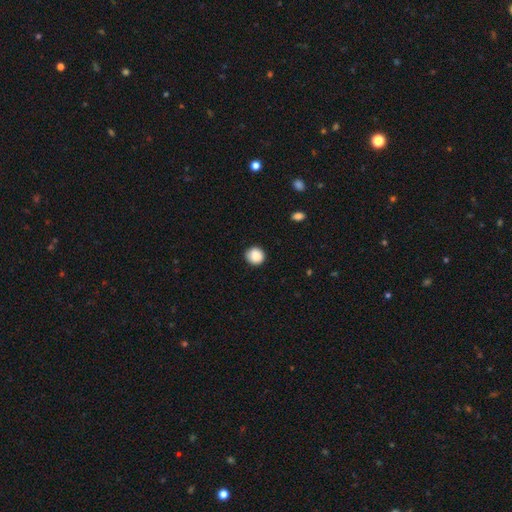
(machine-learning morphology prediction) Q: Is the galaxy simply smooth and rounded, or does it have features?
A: smooth — 88%.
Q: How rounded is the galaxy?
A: round — 92%.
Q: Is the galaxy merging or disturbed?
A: none — 86%.